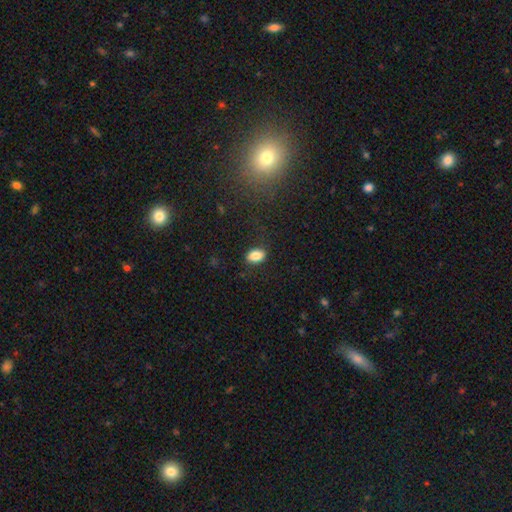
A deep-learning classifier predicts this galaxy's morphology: smooth-or-featured: smooth: 85% | star or artifact: 9% | featured or disk: 7%
  how-rounded: in between: 86% | round: 12% | cigar-shaped: 2%
  merging: none: 80% | minor disturbance: 14% | major disturbance: 4% | merger: 1%